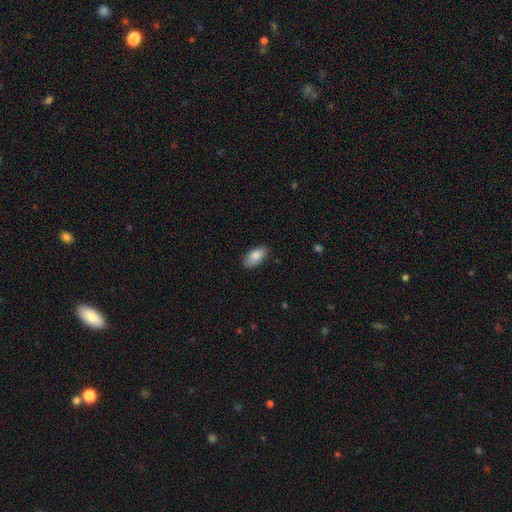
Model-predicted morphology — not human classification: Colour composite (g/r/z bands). It shows a smooth galaxy with no disk features (86%) that is in between round and cigar-shaped (91%). Merging: none (84%).